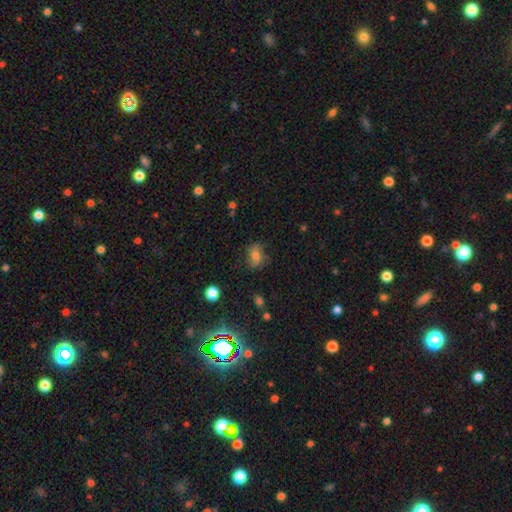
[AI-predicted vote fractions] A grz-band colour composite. It shows a smooth galaxy with no disk features (63%) that is in between round and cigar-shaped (64%). Merging: none (67%).